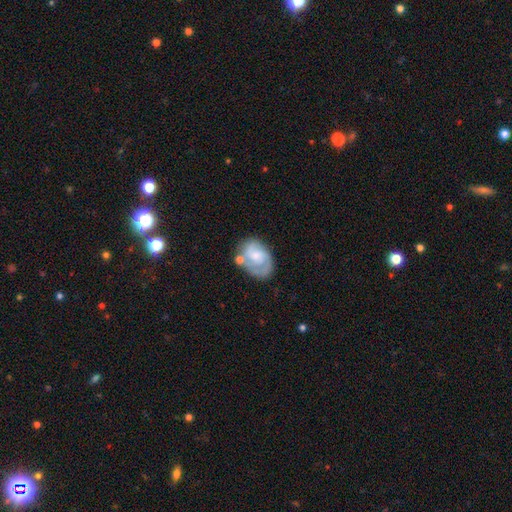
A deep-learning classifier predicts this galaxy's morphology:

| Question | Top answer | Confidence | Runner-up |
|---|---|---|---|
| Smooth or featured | featured or disk | 61% | smooth (33%) |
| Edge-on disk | no | 97% | yes (3%) |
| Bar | no | 64% | weak (32%) |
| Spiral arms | yes | 81% | no (19%) |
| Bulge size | small | 40% | moderate (38%) |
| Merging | none | 50% | minor disturbance (25%) |